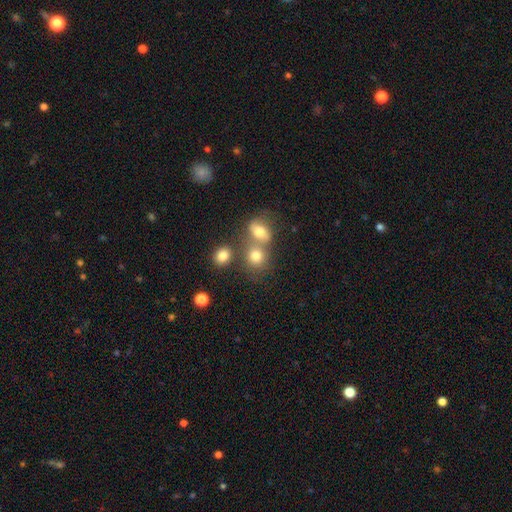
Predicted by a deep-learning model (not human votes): The model was most divided on "merging": none: 45%, merger: 41%, minor disturbance: 9%, major disturbance: 5%. More confident: smooth or featured — smooth (76%); how rounded — round (72%).